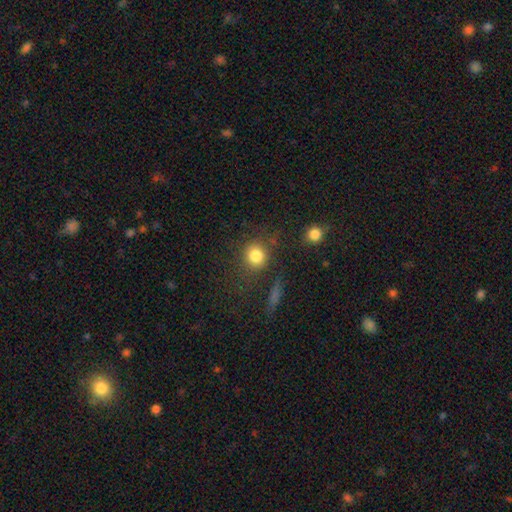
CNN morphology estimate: A smooth galaxy with no disk features (83%) that is round (85%). Merging: none (76%).